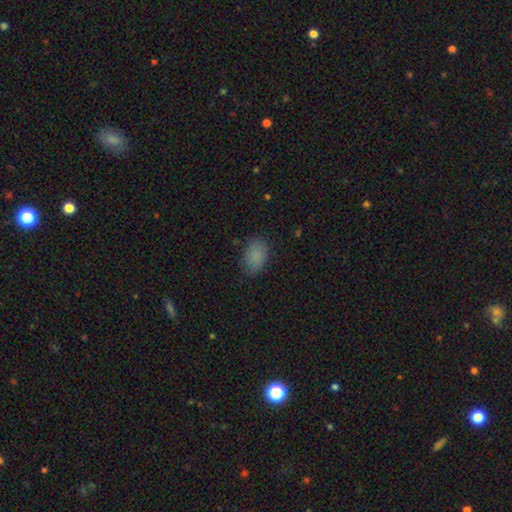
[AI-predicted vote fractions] Morphology: type=smooth (85%); roundness=in between (86%); merging=none (79%).